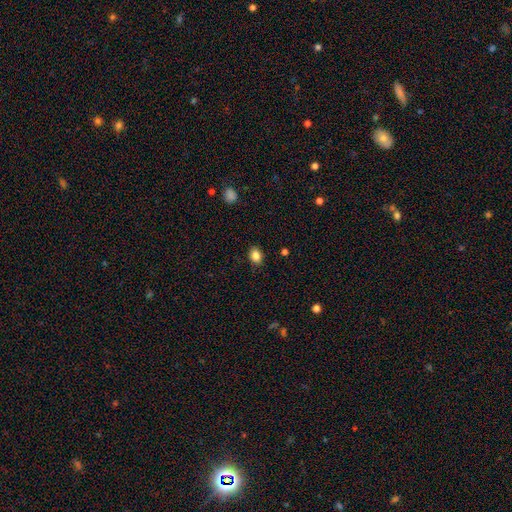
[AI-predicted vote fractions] Smooth or featured?
  - smooth: 85% *
  - star or artifact: 10%
  - featured or disk: 6%
How rounded?
  - in between: 63% *
  - round: 36%
  - cigar-shaped: 1%
Merging?
  - none: 87% *
  - minor disturbance: 10%
  - major disturbance: 2%
  - merger: 1%